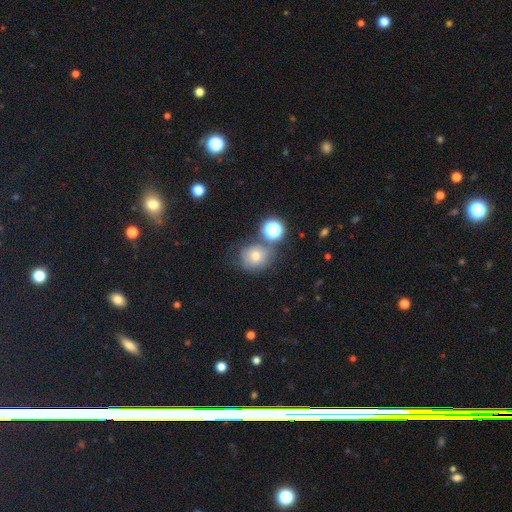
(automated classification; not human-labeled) The model was most divided on "smooth or featured": smooth: 64%, star or artifact: 20%, featured or disk: 16%. More confident: how rounded — round (79%); merging — none (63%).